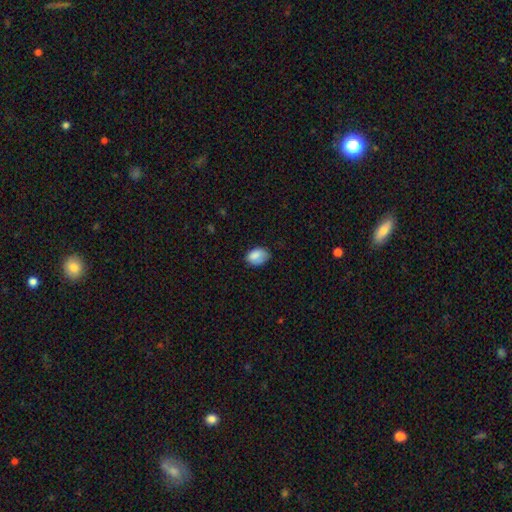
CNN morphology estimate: smooth-or-featured: smooth: 82% | featured or disk: 10% | star or artifact: 8%
  how-rounded: in between: 84% | round: 15% | cigar-shaped: 1%
  merging: none: 61% | minor disturbance: 30% | major disturbance: 7% | merger: 2%